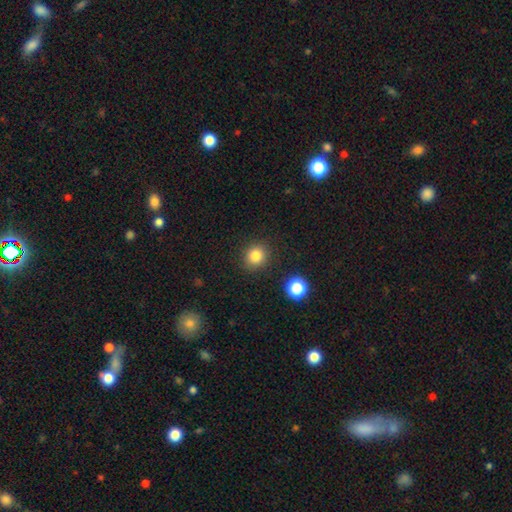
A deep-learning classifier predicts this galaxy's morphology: Smooth or featured: smooth — 82% (star or artifact — 12%)
How rounded: round — 85% (in between — 14%)
Merging: none — 88% (minor disturbance — 7%)